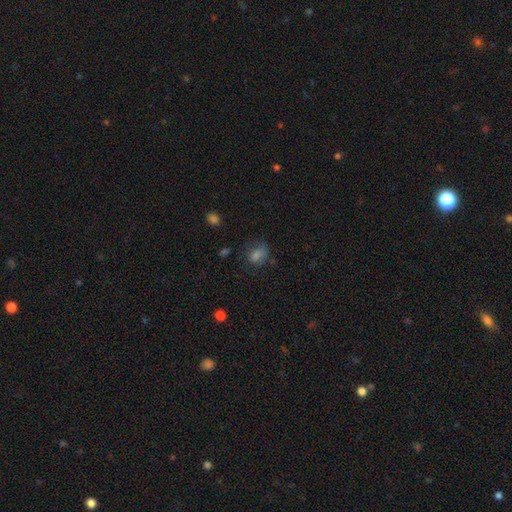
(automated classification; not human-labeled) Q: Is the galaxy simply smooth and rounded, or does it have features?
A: smooth — 66%.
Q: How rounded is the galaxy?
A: in between — 59%.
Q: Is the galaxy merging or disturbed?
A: none — 57%.